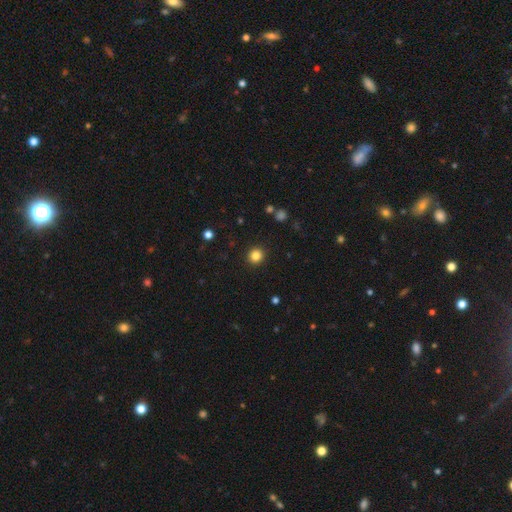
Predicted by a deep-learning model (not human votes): A smooth galaxy with no disk features (84%) that is round (91%). Merging: none (92%).